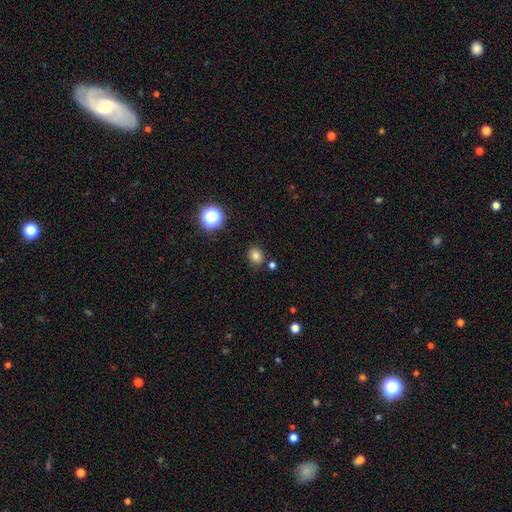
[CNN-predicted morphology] Smooth or featured? smooth (79%)
How rounded? round (63%)
Merging? none (81%)